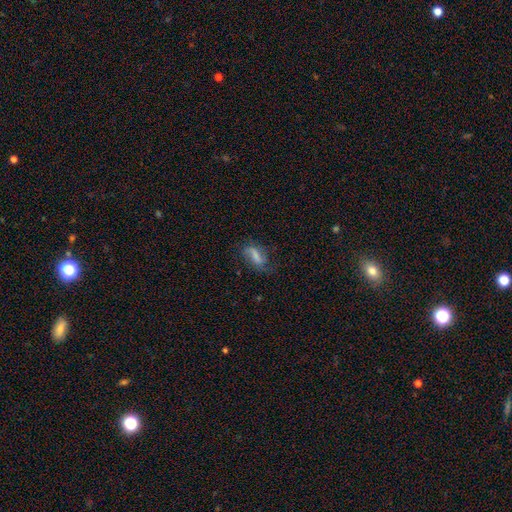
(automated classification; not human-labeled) A smooth galaxy with no disk features (50%) that is in between round and cigar-shaped (74%). Merging: none (55%).